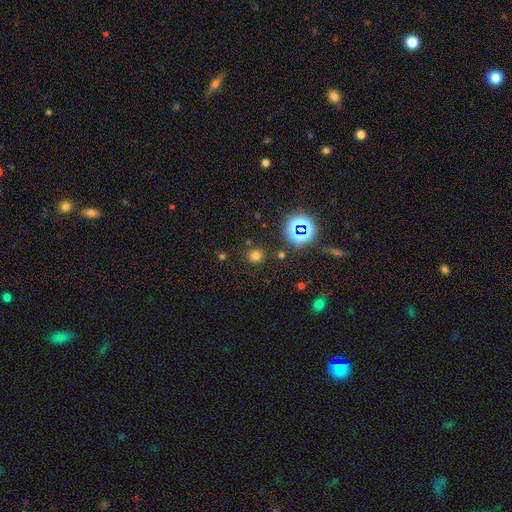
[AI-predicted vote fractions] smooth_or_featured: smooth (p=0.67) [alt: star or artifact p=0.26]
how_rounded: round (p=0.91) [alt: in between p=0.08]
merging: none (p=0.85) [alt: minor disturbance p=0.08]